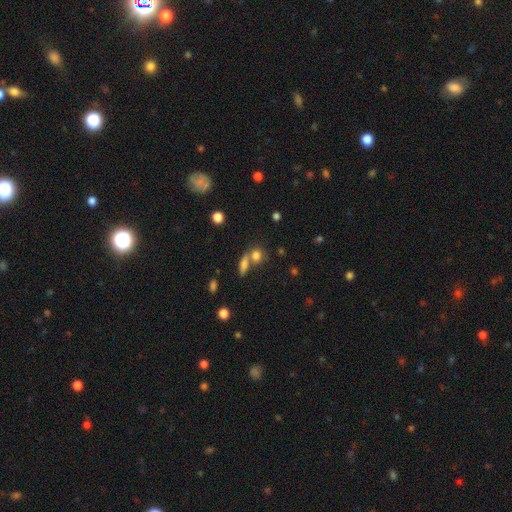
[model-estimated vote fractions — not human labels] A smooth galaxy with no disk features (77%) that is round (53%).

Vote fractions:
- Smooth or featured? smooth: 77% / star or artifact: 12% / featured or disk: 10%
- How rounded? round: 53% / in between: 41% / cigar-shaped: 6%
- Merging? none: 47% / merger: 39% / minor disturbance: 9% / major disturbance: 4%